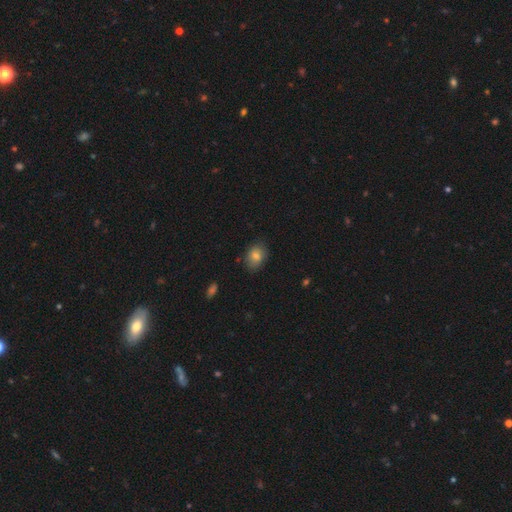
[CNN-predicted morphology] This appears to be a smooth galaxy with no disk features (79%) that is in between round and cigar-shaped (66%). Merging: none (79%).